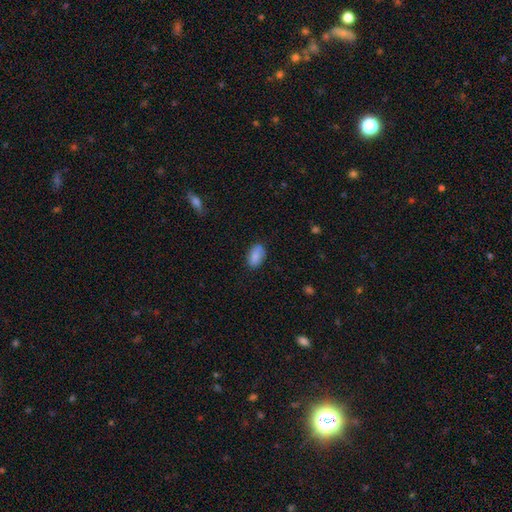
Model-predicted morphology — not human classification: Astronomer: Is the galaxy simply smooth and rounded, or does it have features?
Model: smooth — 83%.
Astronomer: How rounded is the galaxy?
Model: in between — 91%.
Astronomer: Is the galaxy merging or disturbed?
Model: none — 76%.